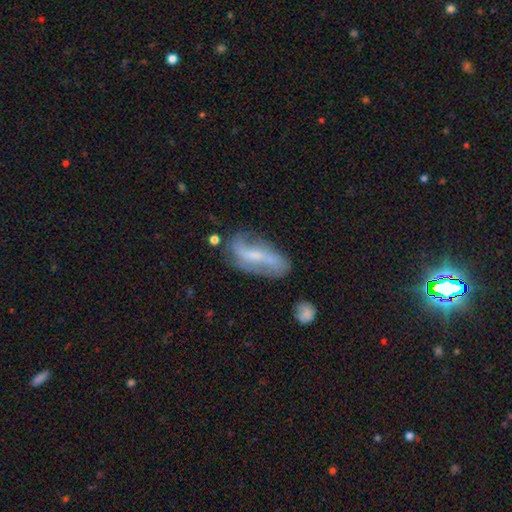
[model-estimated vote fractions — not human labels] Smooth or featured?
  - featured or disk: 66% *
  - smooth: 27%
  - star or artifact: 8%
Edge-on disk?
  - no: 86% *
  - yes: 14%
Bar?
  - weak: 38% *
  - strong: 35%
  - no: 27%
Spiral arms?
  - yes: 82% *
  - no: 18%
Bulge size?
  - small: 55% *
  - moderate: 30%
  - none: 11%
  - large: 3%
  - dominant: 1%
Merging?
  - none: 60% *
  - minor disturbance: 24%
  - major disturbance: 10%
  - merger: 5%